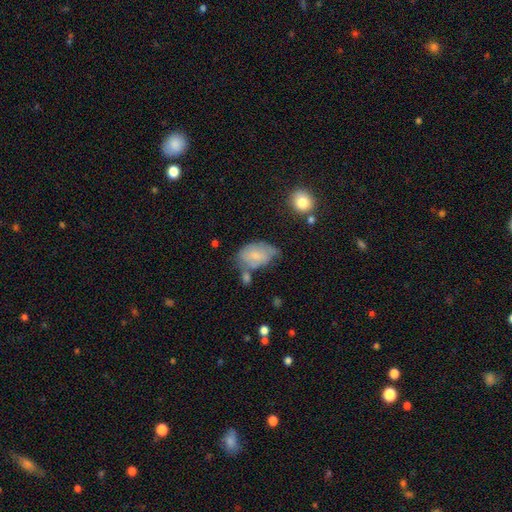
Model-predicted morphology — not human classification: This is likely a smooth galaxy (68%). How rounded: clearly in between (87%). Merging: marginally minor disturbance (36%).